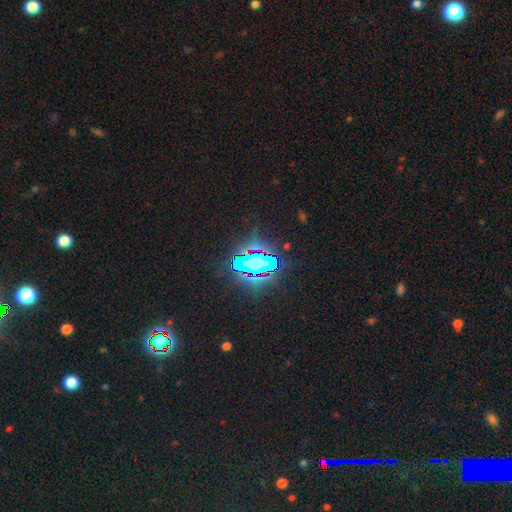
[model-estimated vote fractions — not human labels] This is clearly a star or artifact rather than a galaxy (84%).